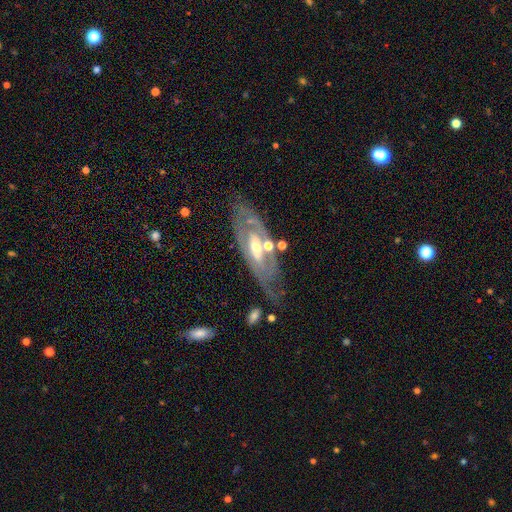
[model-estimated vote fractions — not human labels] The model was most divided on "bar": weak: 41%, no: 38%, strong: 21%. Remaining: smooth or featured — featured or disk (78%); spiral arms — yes (75%); edge-on disk — no (75%); merging — none (73%); bulge size — moderate (49%).